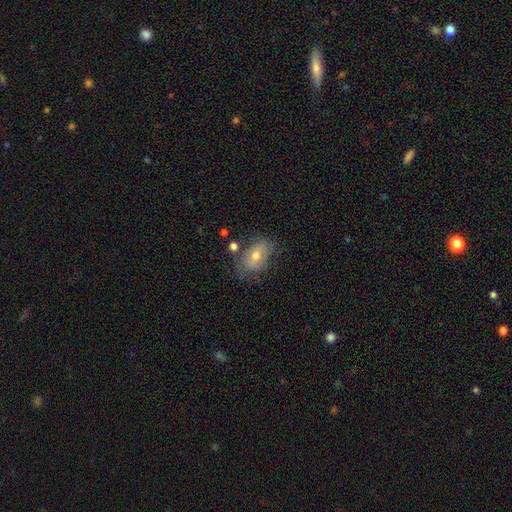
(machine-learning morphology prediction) A smooth galaxy with no disk features (60%) that is in between round and cigar-shaped (82%).

Vote fractions:
- Smooth or featured? smooth: 60% / featured or disk: 30% / star or artifact: 9%
- How rounded? in between: 82% / round: 16% / cigar-shaped: 2%
- Merging? none: 58% / minor disturbance: 26% / major disturbance: 10% / merger: 5%